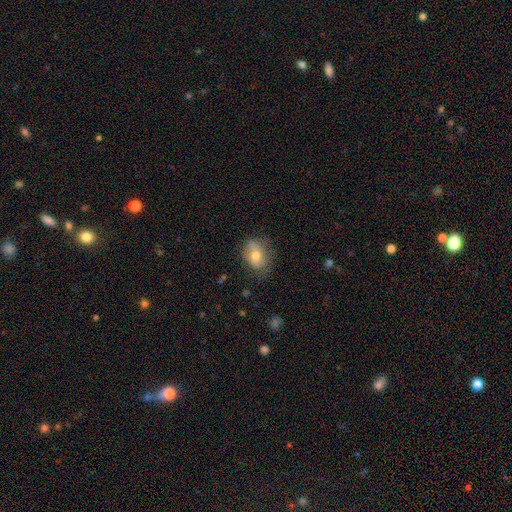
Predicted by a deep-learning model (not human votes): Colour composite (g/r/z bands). It shows a smooth galaxy with no disk features (68%) that is in between round and cigar-shaped (61%). Merging: none (65%).